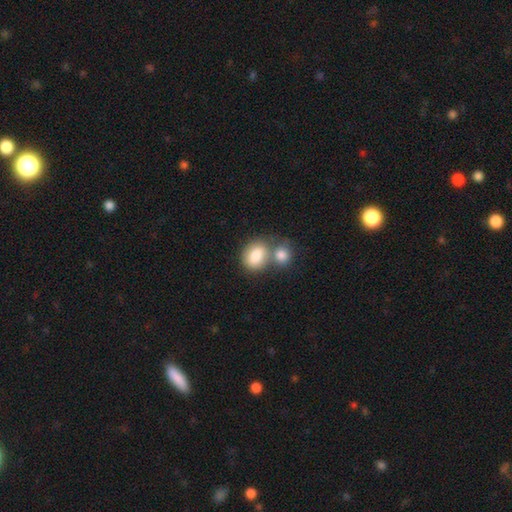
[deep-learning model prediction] Overall: smooth (83%). How rounded: in between (61%; round 38%). Merging: merger (51%; none 35%).